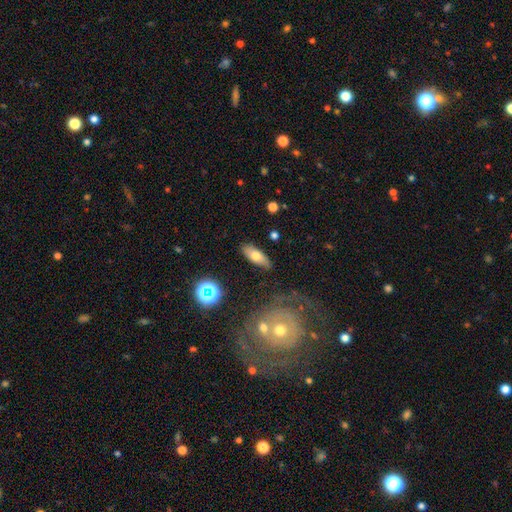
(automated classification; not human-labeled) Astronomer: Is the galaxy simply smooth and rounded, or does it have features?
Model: smooth — 69%.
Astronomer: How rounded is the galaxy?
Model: in between — 75%.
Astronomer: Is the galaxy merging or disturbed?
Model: none — 83%.